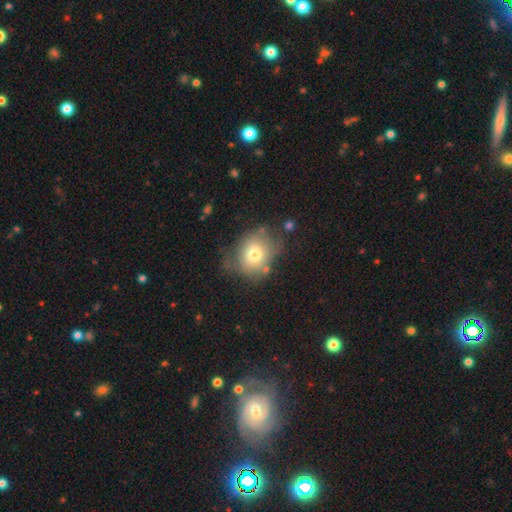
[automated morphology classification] Smooth or featured: smooth — 70% (featured or disk — 16%)
How rounded: round — 65% (in between — 34%)
Merging: none — 63% (minor disturbance — 24%)